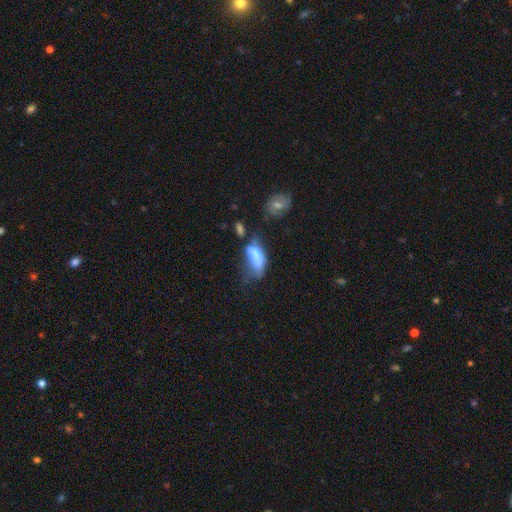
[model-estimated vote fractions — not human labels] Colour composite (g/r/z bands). It shows a smooth galaxy with no disk features (64%) that is in between round and cigar-shaped (81%). Merging: major disturbance (39%).